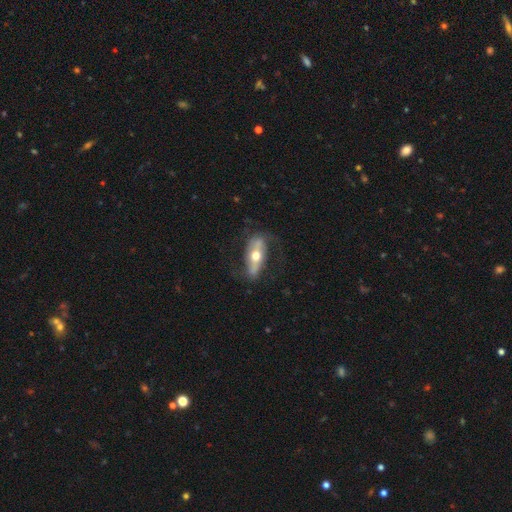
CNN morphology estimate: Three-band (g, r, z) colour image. It shows a featured or disk galaxy (60%). Merging: none (68%).